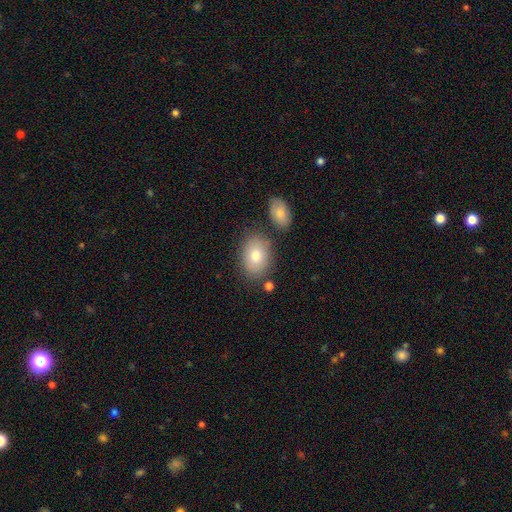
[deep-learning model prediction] Morphology: type=smooth (78%); roundness=in between (74%); merging=none (76%).